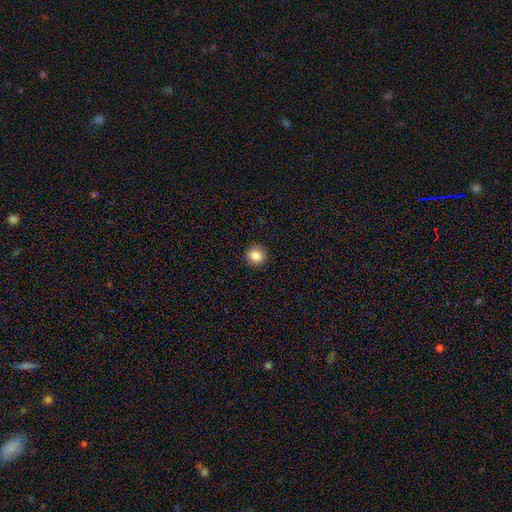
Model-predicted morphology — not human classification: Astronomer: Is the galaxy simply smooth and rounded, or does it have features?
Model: smooth — 86%.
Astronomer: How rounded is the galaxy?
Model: round — 84%.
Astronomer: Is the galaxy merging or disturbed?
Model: none — 91%.